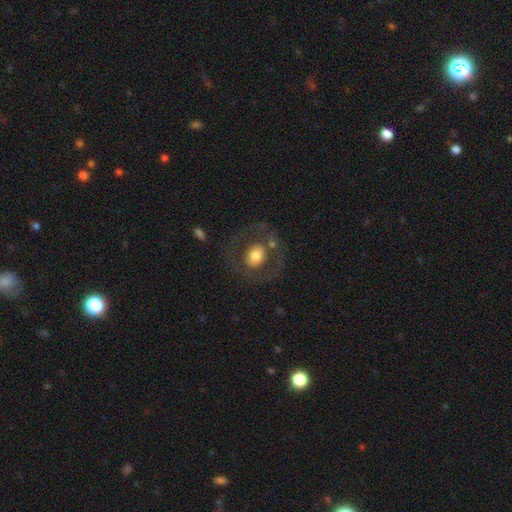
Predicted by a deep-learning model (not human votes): The model was most divided on "smooth or featured": smooth: 52%, featured or disk: 41%, star or artifact: 7%. More confident: merging — none (72%); how rounded — round (69%).